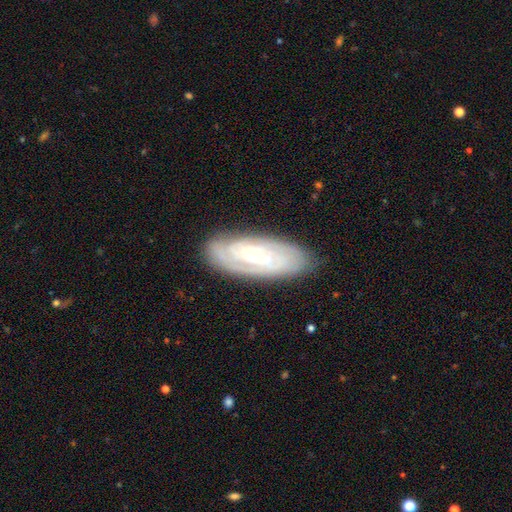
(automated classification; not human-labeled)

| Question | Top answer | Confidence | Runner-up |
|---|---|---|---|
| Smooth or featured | featured or disk | 78% | smooth (16%) |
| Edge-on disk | no | 90% | yes (10%) |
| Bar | no | 43% | weak (39%) |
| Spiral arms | yes | 91% | no (9%) |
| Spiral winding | tight | 70% | medium (25%) |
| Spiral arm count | can't tell | 41% | 2 (34%) |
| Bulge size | small | 73% | moderate (22%) |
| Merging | none | 81% | minor disturbance (14%) |